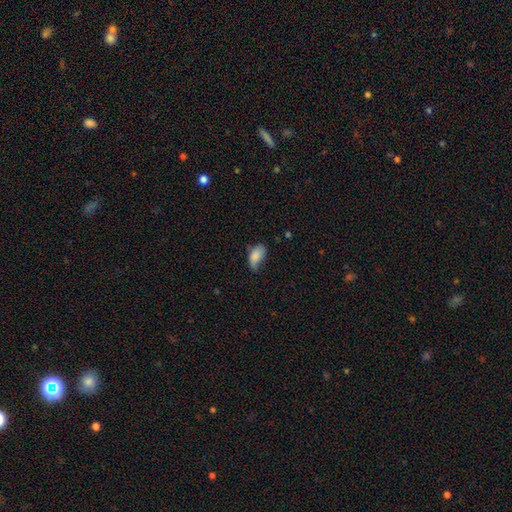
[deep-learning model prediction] Morphology: type=smooth (81%); roundness=in between (92%); merging=minor disturbance (43%).